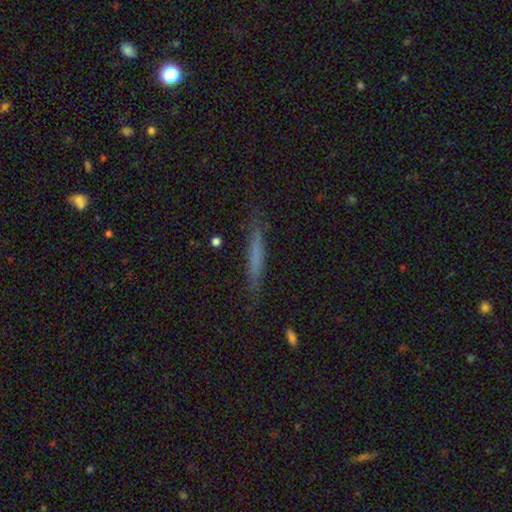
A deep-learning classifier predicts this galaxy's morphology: Smooth or featured? smooth (59%)
How rounded? cigar-shaped (94%)
Merging? none (84%)